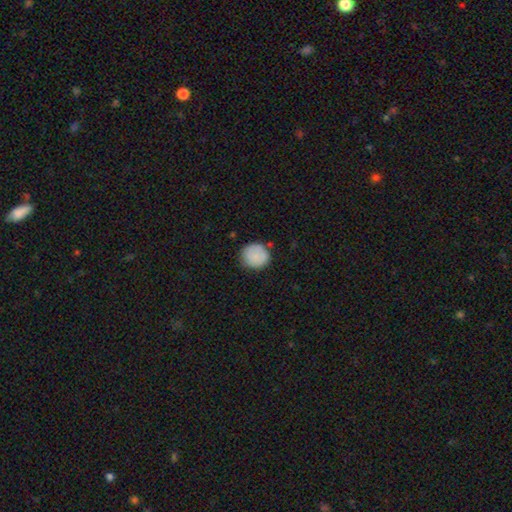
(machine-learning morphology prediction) Smooth or featured: smooth — 85% (featured or disk — 8%)
How rounded: round — 89% (in between — 10%)
Merging: none — 77% (minor disturbance — 17%)